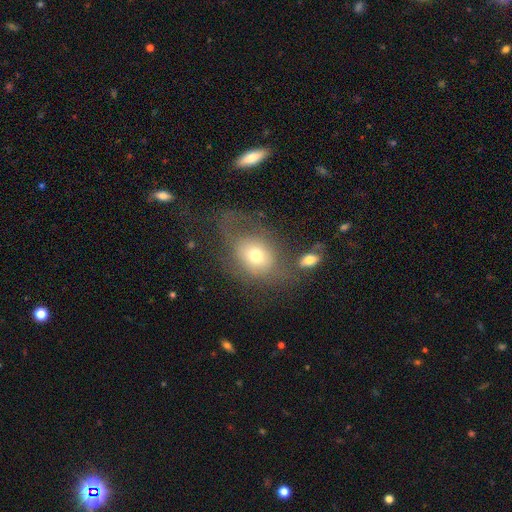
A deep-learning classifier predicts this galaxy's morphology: Overall: smooth (63%; featured or disk 26%). How rounded: in between (50%; round 49%). Merging: none (37%; major disturbance 30%).